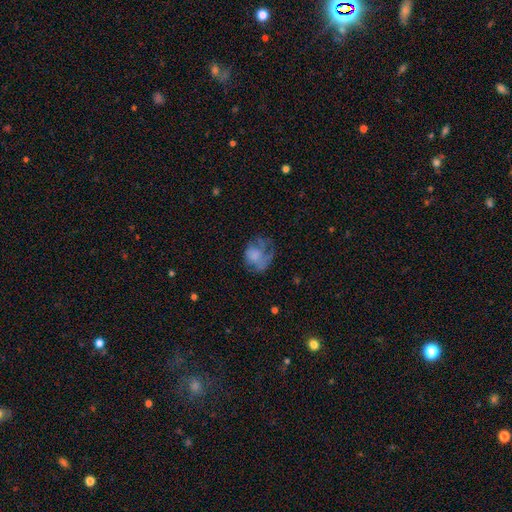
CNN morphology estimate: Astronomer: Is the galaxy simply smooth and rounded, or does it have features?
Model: smooth — 55% (runner-up: featured or disk, 34%).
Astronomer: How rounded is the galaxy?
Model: round — 55% (runner-up: in between, 44%).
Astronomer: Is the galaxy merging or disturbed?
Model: none — 38% (runner-up: major disturbance, 35%).